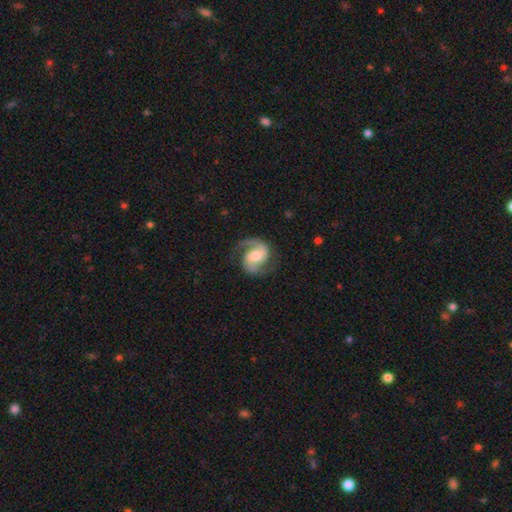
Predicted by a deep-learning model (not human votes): Smooth or featured? Predicted: featured or disk (p=0.88). Edge-on disk? Predicted: no (p=0.98). Bar? Predicted: no (p=0.44). Spiral arms? Predicted: yes (p=0.98). Spiral winding? Predicted: medium (p=0.57). Spiral arm count? Predicted: 2 (p=0.90). Bulge size? Predicted: moderate (p=0.57). Merging? Predicted: none (p=0.76).